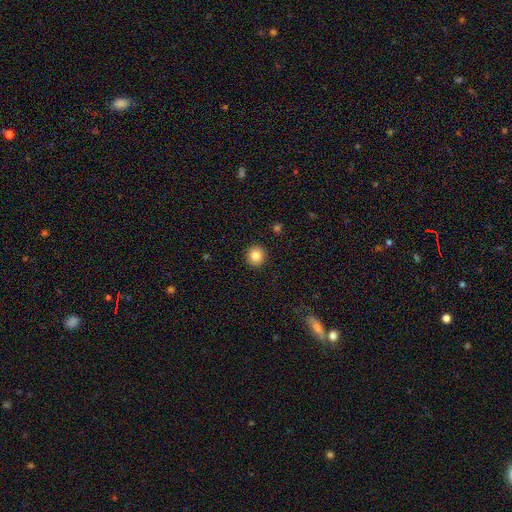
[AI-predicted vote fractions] smooth-or-featured: smooth: 84% | star or artifact: 10% | featured or disk: 6%
  how-rounded: round: 94% | in between: 5% | cigar-shaped: 1%
  merging: none: 92% | minor disturbance: 5% | major disturbance: 2% | merger: 1%